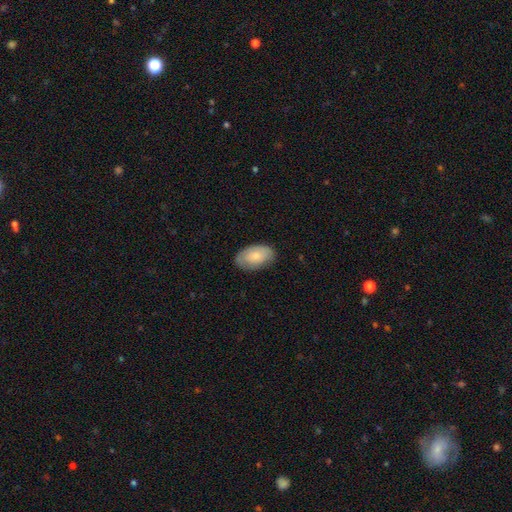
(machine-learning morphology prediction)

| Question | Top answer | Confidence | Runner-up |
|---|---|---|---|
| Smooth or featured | smooth | 75% | featured or disk (19%) |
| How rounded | in between | 94% | round (5%) |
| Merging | none | 78% | minor disturbance (17%) |